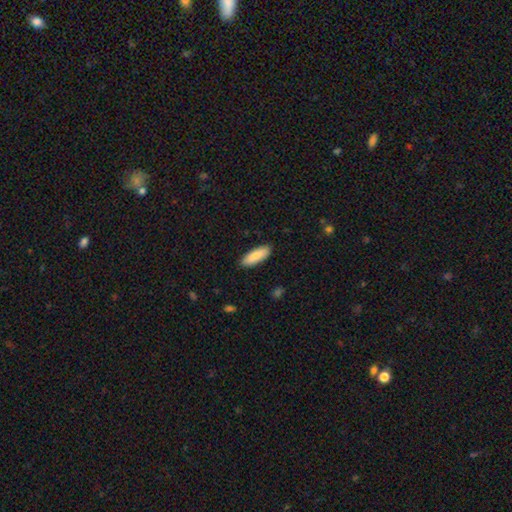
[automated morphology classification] Smooth or featured?
  - smooth: 87% *
  - featured or disk: 8%
  - star or artifact: 6%
How rounded?
  - in between: 65% *
  - cigar-shaped: 33%
  - round: 2%
Merging?
  - none: 89% *
  - minor disturbance: 9%
  - major disturbance: 2%
  - merger: 1%